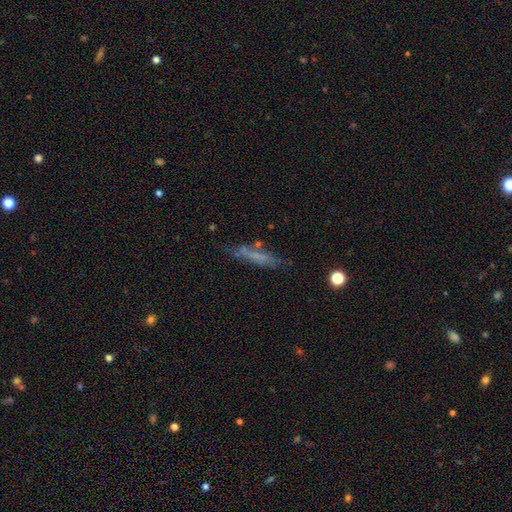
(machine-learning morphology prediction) Overall: smooth (49%; featured or disk 39%). Merging: none (68%).